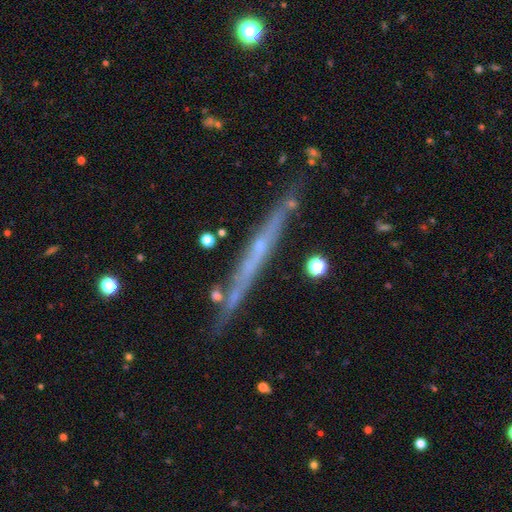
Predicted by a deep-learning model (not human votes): A featured or disk galaxy (73%) viewed edge-on (94%) with no central bulge (58%).

Vote fractions:
- Smooth or featured? featured or disk: 73% / smooth: 19% / star or artifact: 8%
- Edge-on disk? yes: 94% / no: 6%
- Edge-on bulge? none: 58% / rounded: 38% / boxy: 4%
- Merging? none: 81% / minor disturbance: 14% / merger: 3% / major disturbance: 3%